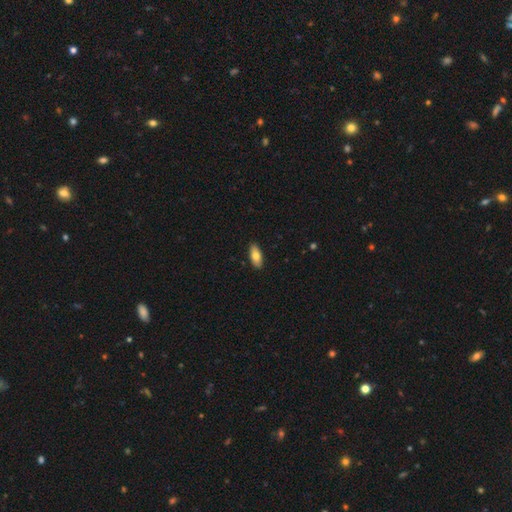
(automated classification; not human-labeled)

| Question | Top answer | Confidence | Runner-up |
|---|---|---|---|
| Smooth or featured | smooth | 78% | featured or disk (16%) |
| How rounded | in between | 87% | cigar-shaped (11%) |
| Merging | none | 90% | minor disturbance (8%) |